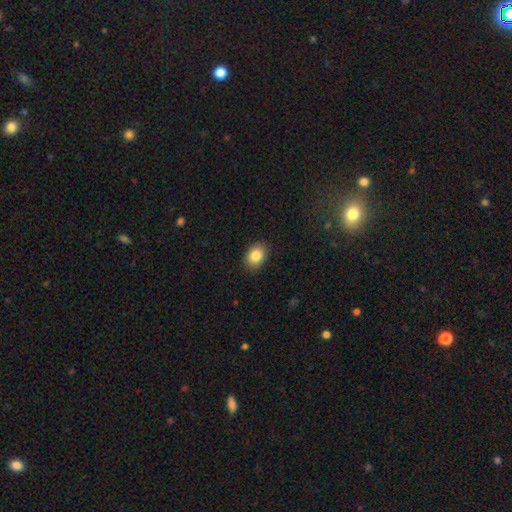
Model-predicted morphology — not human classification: smooth 85%, star or artifact 8%, featured or disk 7%. Down the decision tree: how rounded — in between (74%); merging — none (88%).